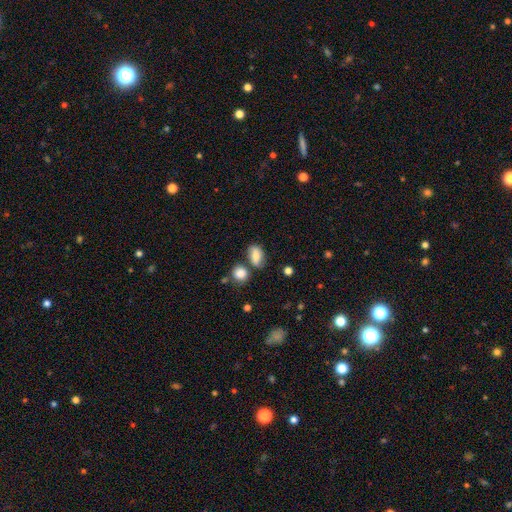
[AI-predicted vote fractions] Smooth or featured? smooth (66%)
How rounded? in between (80%)
Merging? none (59%)